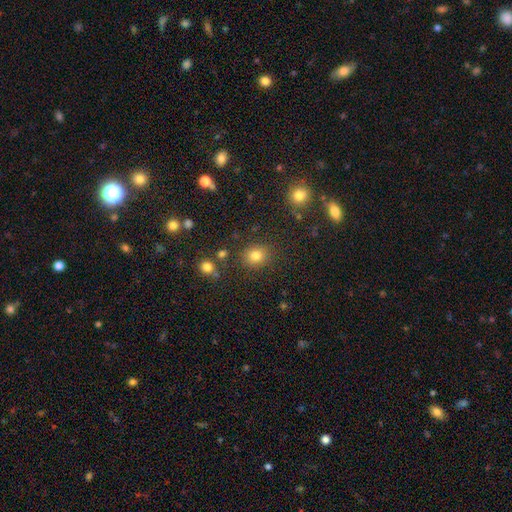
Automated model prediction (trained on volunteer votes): Smooth or featured? Predicted: smooth (p=0.80). How rounded? Predicted: round (p=0.79). Merging? Predicted: none (p=0.85).